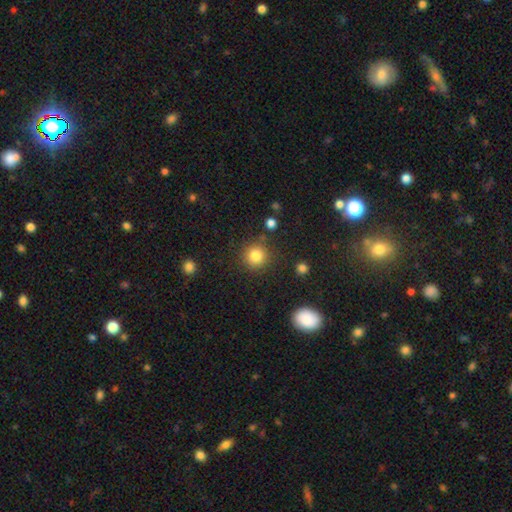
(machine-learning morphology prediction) Overall: smooth (84%). How rounded: round (93%). Merging: none (86%).